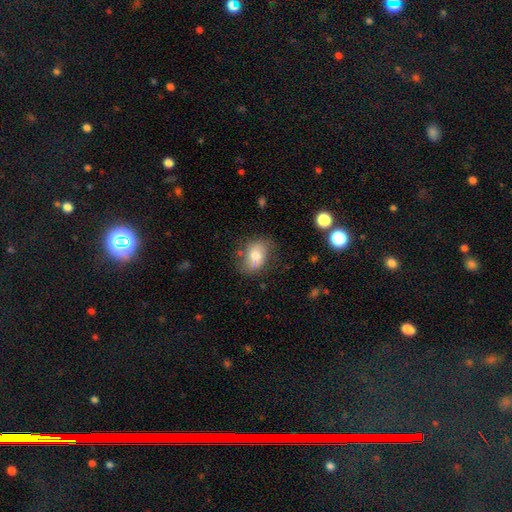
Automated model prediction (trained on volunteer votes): Smooth or featured?
  - smooth: 65% *
  - featured or disk: 27%
  - star or artifact: 8%
How rounded?
  - in between: 75% *
  - round: 24%
  - cigar-shaped: 1%
Merging?
  - none: 65% *
  - minor disturbance: 25%
  - major disturbance: 8%
  - merger: 3%